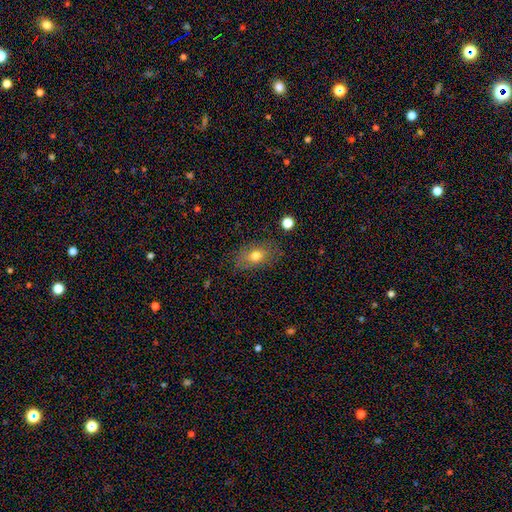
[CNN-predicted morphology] A smooth galaxy with no disk features (73%) that is in between round and cigar-shaped (83%). Merging: none (79%).